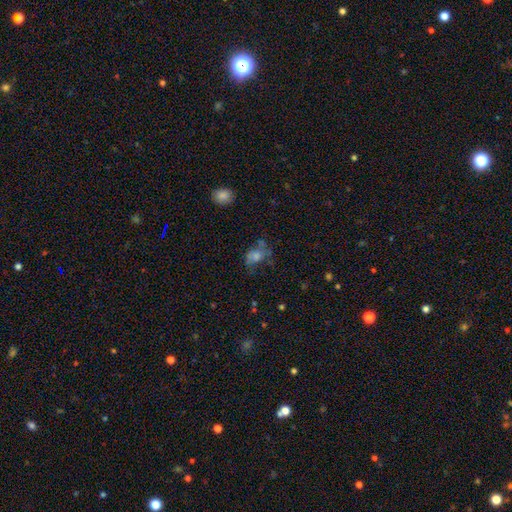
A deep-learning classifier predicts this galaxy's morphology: This is likely a smooth galaxy (61%). How rounded: likely in between (71%). Merging: marginally none (35%).